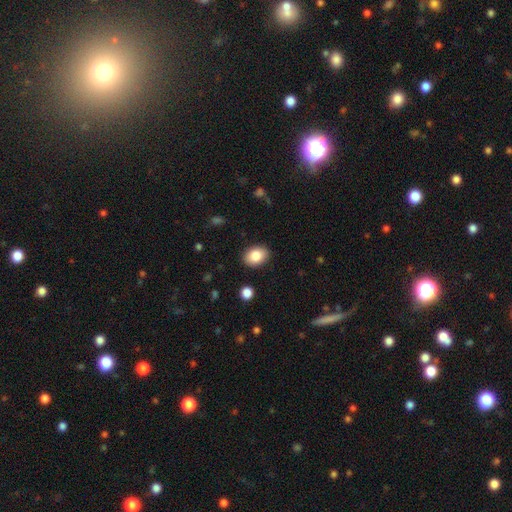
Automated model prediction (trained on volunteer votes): This is clearly a smooth galaxy (85%). How rounded: likely in between (77%). Merging: clearly none (88%).